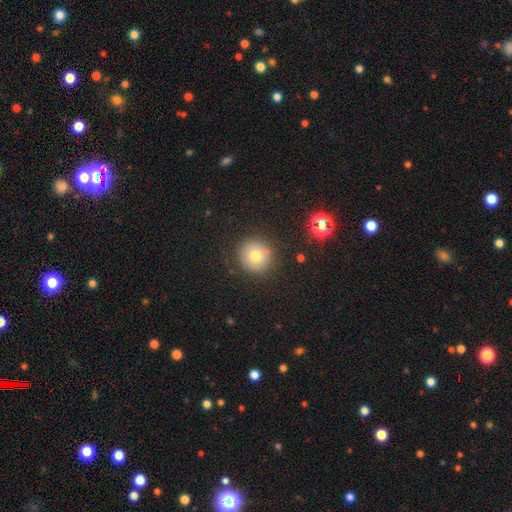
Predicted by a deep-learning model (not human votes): This is likely a smooth galaxy (72%). How rounded: clearly round (95%). Merging: clearly none (88%).